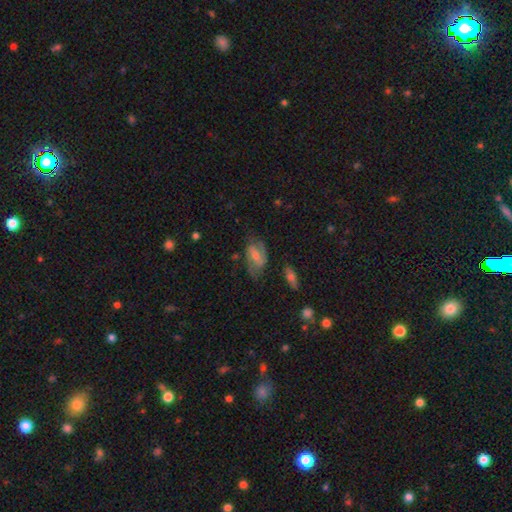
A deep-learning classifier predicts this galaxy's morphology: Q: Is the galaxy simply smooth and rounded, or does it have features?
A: featured or disk — 66%.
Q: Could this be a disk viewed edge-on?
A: no — 95%.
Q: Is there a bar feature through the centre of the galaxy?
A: weak — 45%.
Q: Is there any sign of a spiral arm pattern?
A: yes — 87%.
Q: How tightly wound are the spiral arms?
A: medium — 47%.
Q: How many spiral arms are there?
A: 2 — 81%.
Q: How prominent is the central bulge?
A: small — 50%.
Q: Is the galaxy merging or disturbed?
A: none — 64%.